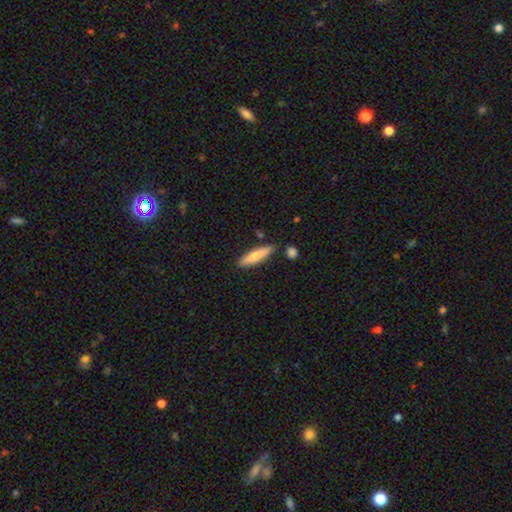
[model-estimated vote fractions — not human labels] smooth_or_featured: smooth (p=0.71) [alt: featured or disk p=0.23]
how_rounded: cigar-shaped (p=0.80) [alt: in between p=0.18]
merging: none (p=0.84) [alt: minor disturbance p=0.10]